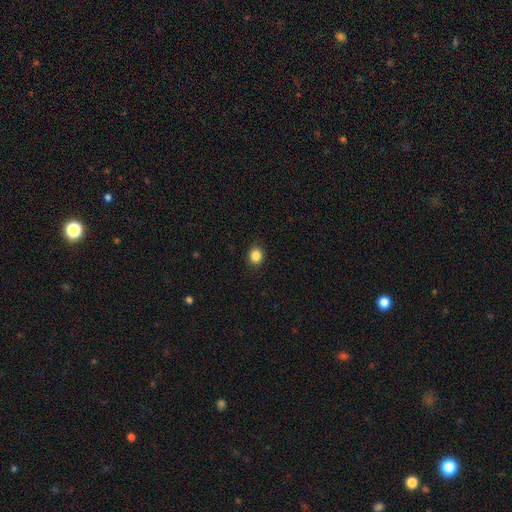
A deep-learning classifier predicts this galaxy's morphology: Smooth or featured?
  - smooth: 86% *
  - star or artifact: 10%
  - featured or disk: 4%
How rounded?
  - round: 73% *
  - in between: 26%
  - cigar-shaped: 1%
Merging?
  - none: 90% *
  - minor disturbance: 7%
  - major disturbance: 2%
  - merger: 1%